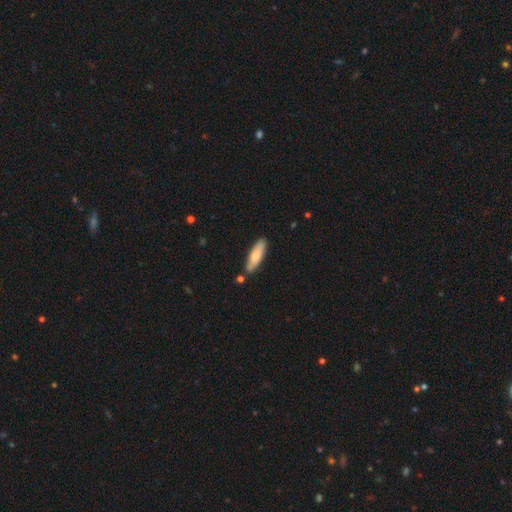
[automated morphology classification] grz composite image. It shows a smooth galaxy with no disk features (75%) that is cigar-shaped (61%). Merging: none (79%).